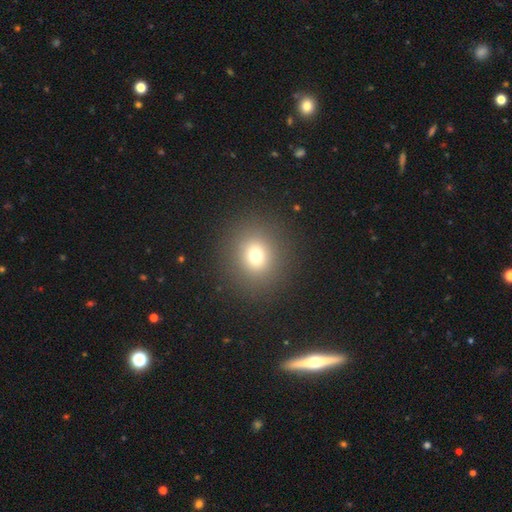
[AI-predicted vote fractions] This appears to be a smooth galaxy with no disk features (73%) that is round (85%). Merging: none (89%).